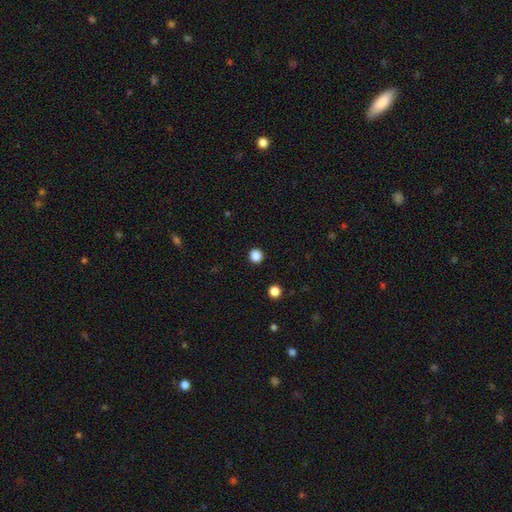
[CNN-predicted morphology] smooth_or_featured: smooth (p=0.86) [alt: star or artifact p=0.12]
how_rounded: round (p=0.94) [alt: in between p=0.05]
merging: none (p=0.92) [alt: minor disturbance p=0.05]